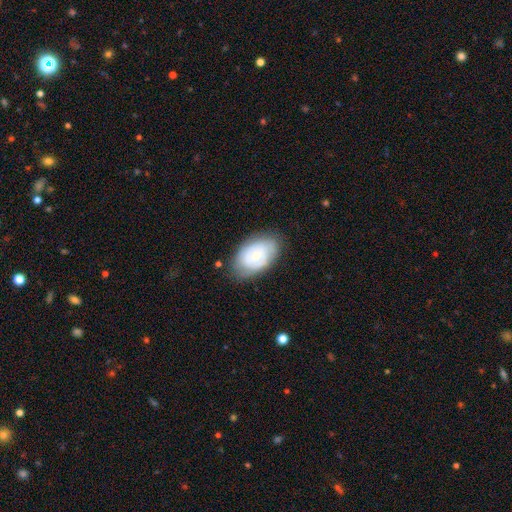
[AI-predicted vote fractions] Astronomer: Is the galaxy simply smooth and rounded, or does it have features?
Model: smooth — 47% (runner-up: featured or disk, 46%).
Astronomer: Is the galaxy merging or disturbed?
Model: none — 73%.